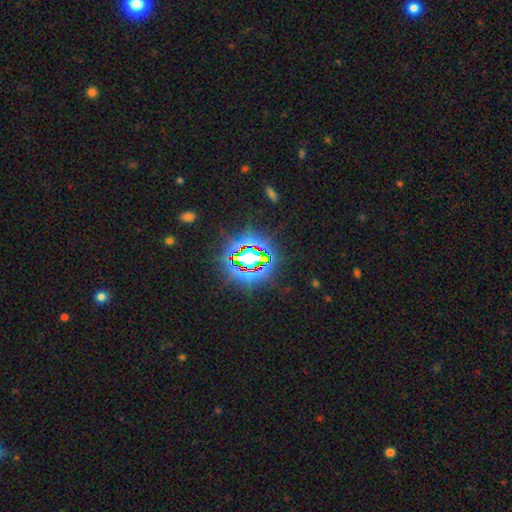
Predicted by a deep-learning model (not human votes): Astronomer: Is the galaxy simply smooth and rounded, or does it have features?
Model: star or artifact — 83%.